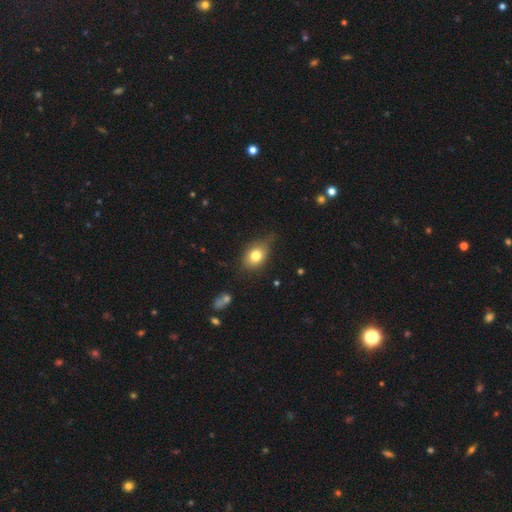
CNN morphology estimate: A smooth galaxy with no disk features (77%) that is in between round and cigar-shaped (60%). Merging: none (63%).